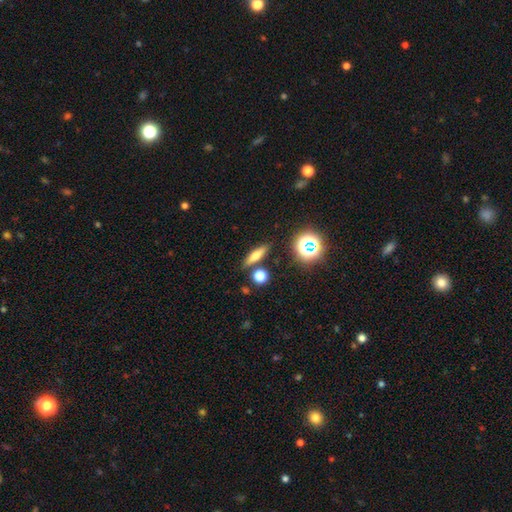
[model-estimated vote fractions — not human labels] This appears to be a smooth galaxy with no disk features (58%) that is cigar-shaped (60%). Merging: none (81%).